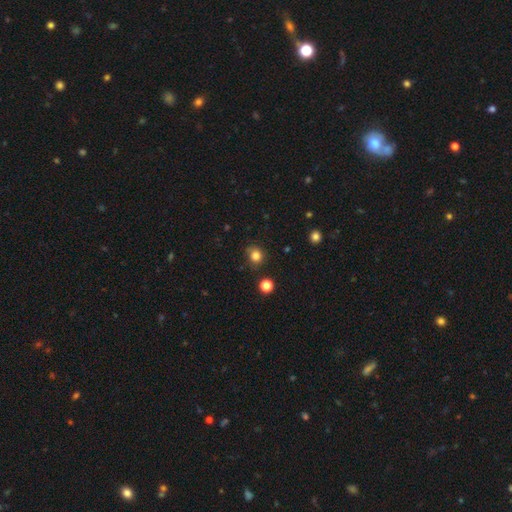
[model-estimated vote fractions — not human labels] Smooth or featured: smooth — 82% (star or artifact — 13%)
How rounded: round — 81% (in between — 18%)
Merging: none — 80% (minor disturbance — 14%)